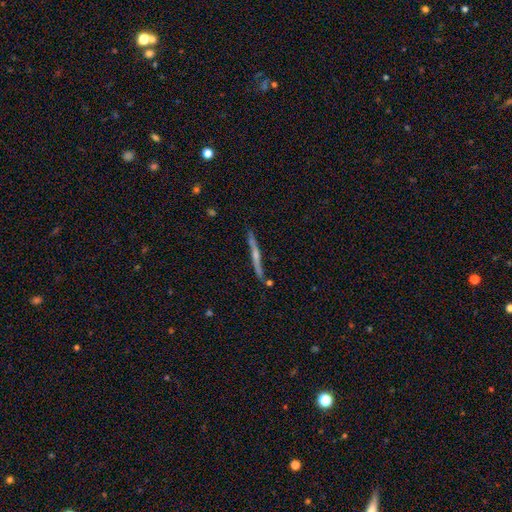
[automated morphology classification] Overall: featured or disk (67%; smooth 27%). Edge-on disk: yes (96%). Edge-on bulge: rounded (55%; none 36%). Merging: none (80%).